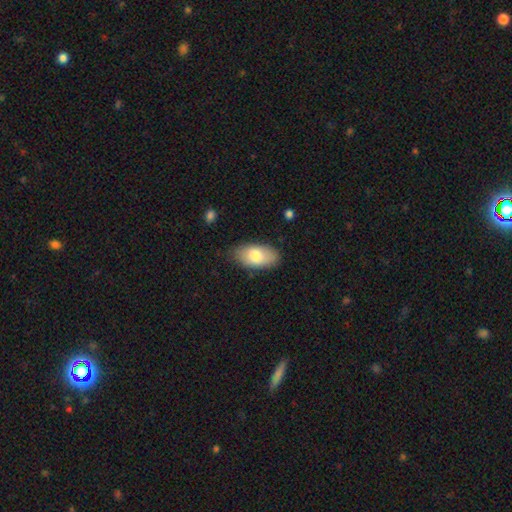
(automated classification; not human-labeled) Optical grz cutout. It shows a smooth galaxy with no disk features (79%) that is in between round and cigar-shaped (94%). Merging: none (80%).